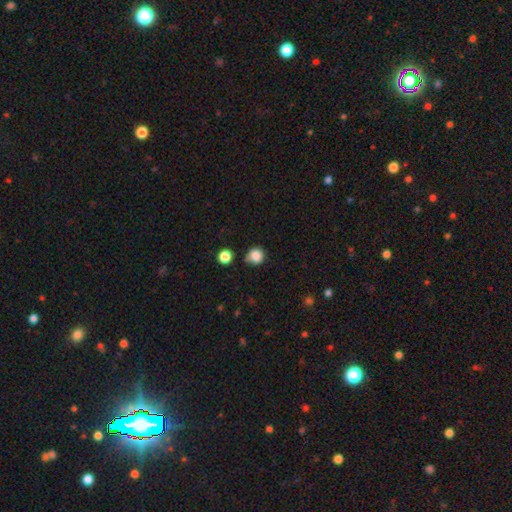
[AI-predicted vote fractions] smooth-or-featured: smooth: 85% | star or artifact: 11% | featured or disk: 5%
  how-rounded: round: 86% | in between: 13% | cigar-shaped: 1%
  merging: none: 63% | minor disturbance: 24% | merger: 7% | major disturbance: 6%